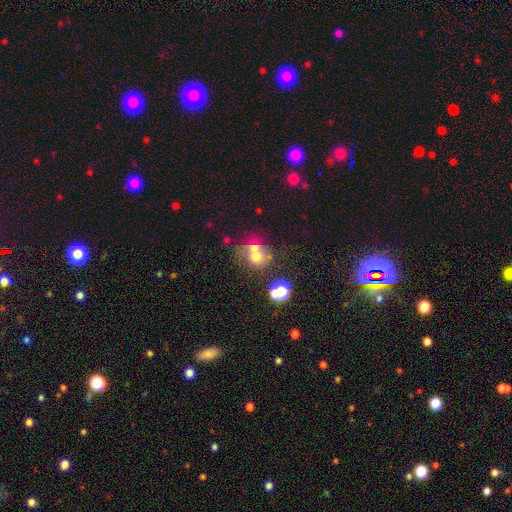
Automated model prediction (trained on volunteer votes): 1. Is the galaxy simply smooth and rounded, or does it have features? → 61% smooth, 21% featured or disk, 19% star or artifact.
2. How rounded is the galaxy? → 74% round, 25% in between, 1% cigar-shaped.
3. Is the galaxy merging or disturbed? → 41% merger, 39% none, 12% minor disturbance, 8% major disturbance.